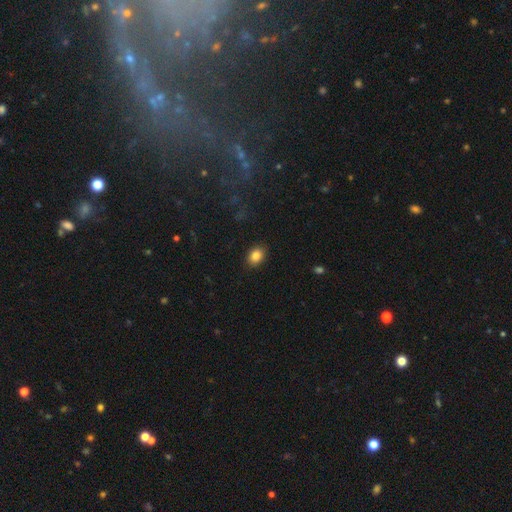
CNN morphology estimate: This appears to be a smooth galaxy with no disk features (85%) that is in between round and cigar-shaped (65%). Merging: none (89%).